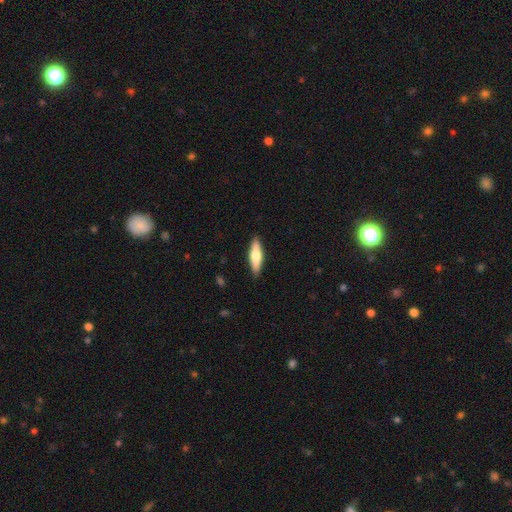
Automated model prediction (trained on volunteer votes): Overall: smooth (57%; featured or disk 37%). How rounded: cigar-shaped (62%; in between 36%). Merging: none (89%).